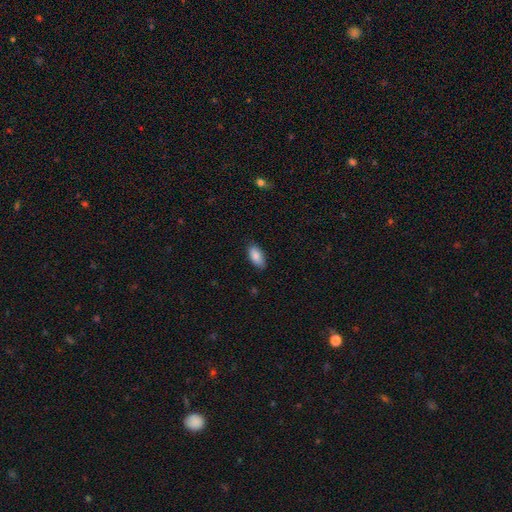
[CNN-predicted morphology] This appears to be a smooth galaxy with no disk features (88%) that is in between round and cigar-shaped (92%). Merging: none (84%).